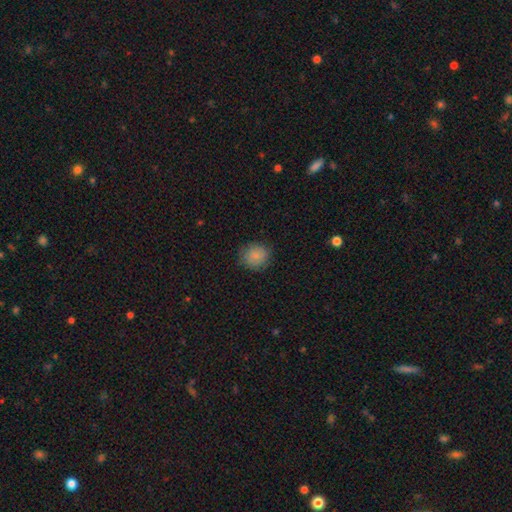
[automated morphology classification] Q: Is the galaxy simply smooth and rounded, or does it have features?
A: smooth — 85%.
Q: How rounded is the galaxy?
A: round — 85%.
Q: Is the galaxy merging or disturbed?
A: none — 82%.